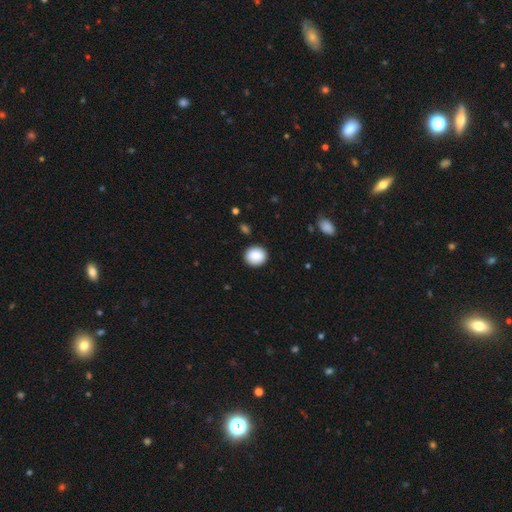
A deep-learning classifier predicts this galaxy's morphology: Q: Smooth or featured?
A: smooth (88%); runner-up: star or artifact (8%)
Q: How rounded?
A: round (83%); runner-up: in between (16%)
Q: Merging?
A: none (90%); runner-up: minor disturbance (7%)